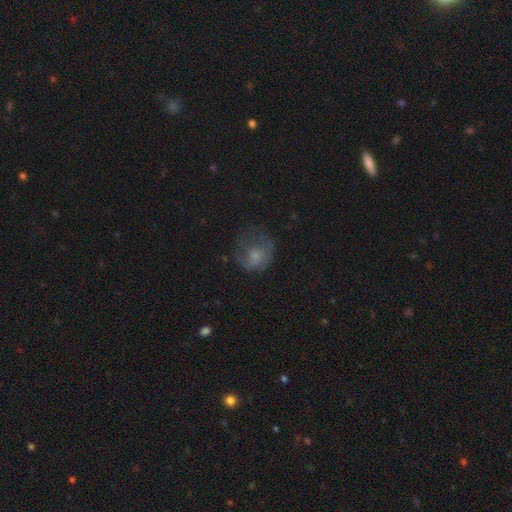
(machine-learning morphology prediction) smooth 57%, featured or disk 31%, star or artifact 12%. Down the decision tree: how rounded — round (65%); merging — none (39%).